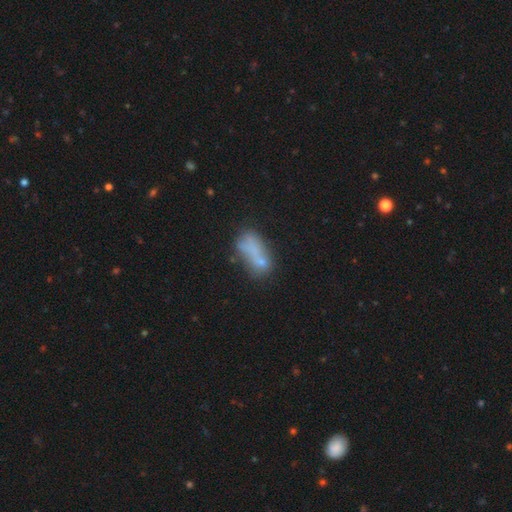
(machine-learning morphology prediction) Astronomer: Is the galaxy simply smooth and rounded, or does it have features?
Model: smooth — 57%.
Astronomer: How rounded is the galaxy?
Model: in between — 71%.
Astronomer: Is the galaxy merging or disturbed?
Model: none — 35% (runner-up: merger, 34%).